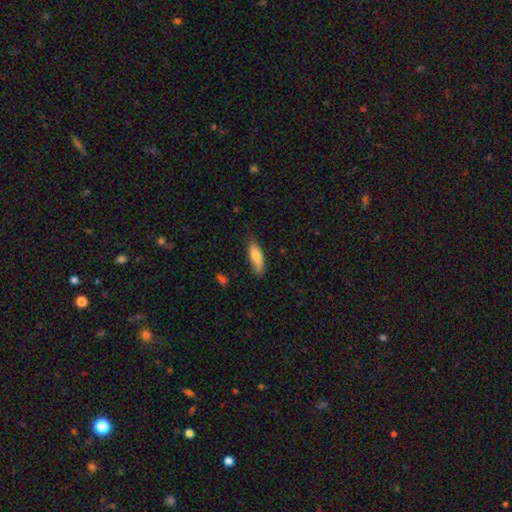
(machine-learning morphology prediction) A smooth galaxy with no disk features (80%) that is in between round and cigar-shaped (55%).

Vote fractions:
- Smooth or featured? smooth: 80% / featured or disk: 14% / star or artifact: 6%
- How rounded? in between: 55% / cigar-shaped: 43% / round: 2%
- Merging? none: 79% / minor disturbance: 16% / major disturbance: 3% / merger: 1%